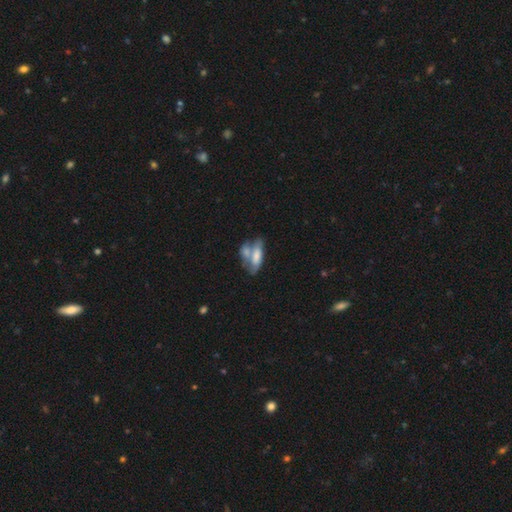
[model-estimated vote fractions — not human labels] This is likely a smooth galaxy (62%). How rounded: likely in between (73%). Merging: possibly merger (58%).